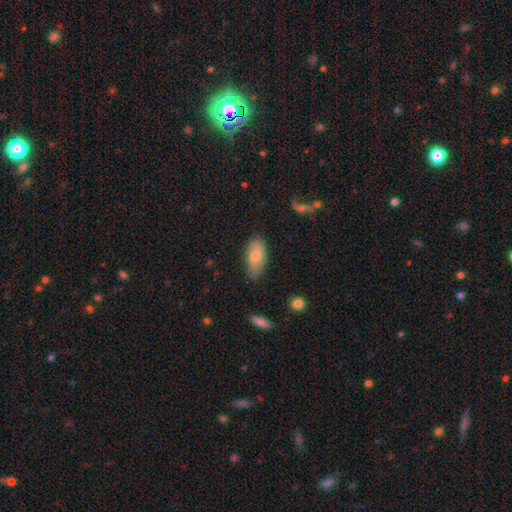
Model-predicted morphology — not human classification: smooth_or_featured: smooth (p=0.79) [alt: featured or disk p=0.14]
how_rounded: in between (p=0.90) [alt: cigar-shaped p=0.07]
merging: none (p=0.69) [alt: minor disturbance p=0.25]